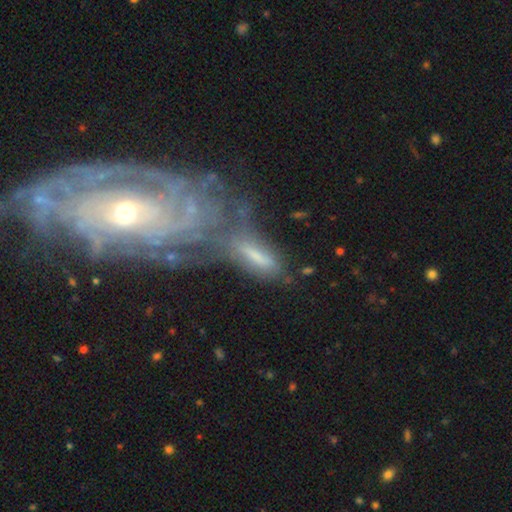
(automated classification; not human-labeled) smooth-or-featured: featured or disk: 49% | smooth: 41% | star or artifact: 10%
  merging: none: 41% | merger: 27% | minor disturbance: 19% | major disturbance: 13%